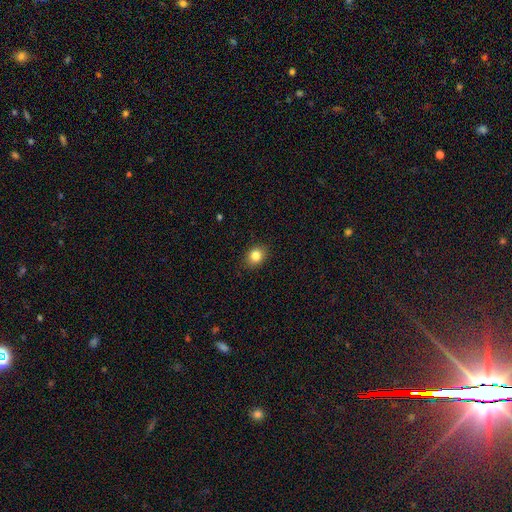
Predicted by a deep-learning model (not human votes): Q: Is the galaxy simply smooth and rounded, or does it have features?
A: smooth — 83%.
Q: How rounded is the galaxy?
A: round — 53%.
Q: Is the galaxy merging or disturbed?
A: none — 89%.